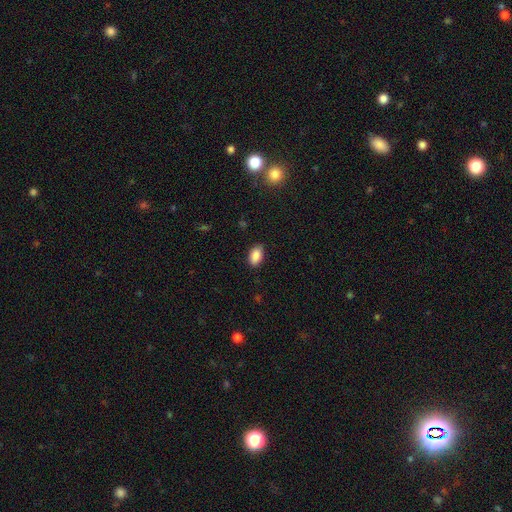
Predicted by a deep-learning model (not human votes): This appears to be a smooth galaxy with no disk features (88%) that is in between round and cigar-shaped (92%). Merging: none (86%).